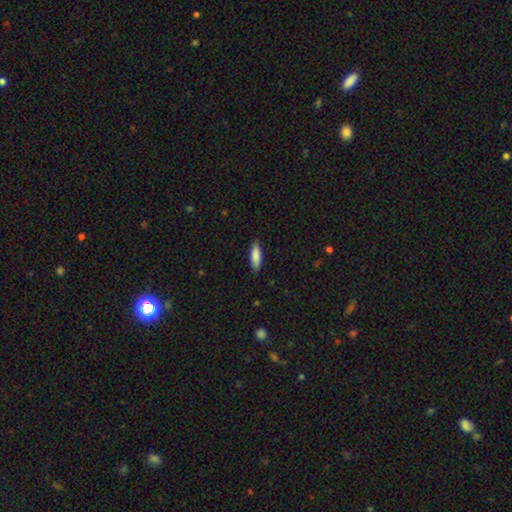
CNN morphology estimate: This appears to be a smooth galaxy with no disk features (86%) that is in between round and cigar-shaped (51%). Merging: none (86%).